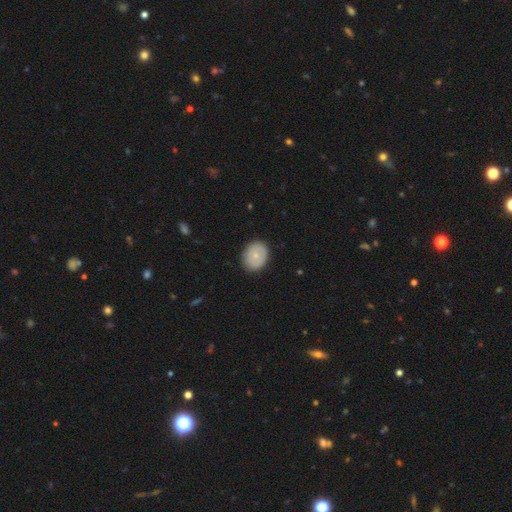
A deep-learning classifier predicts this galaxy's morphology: The model was most divided on "how rounded": in between: 55%, round: 44%, cigar-shaped: 1%. More confident: merging — none (87%); smooth or featured — smooth (72%).